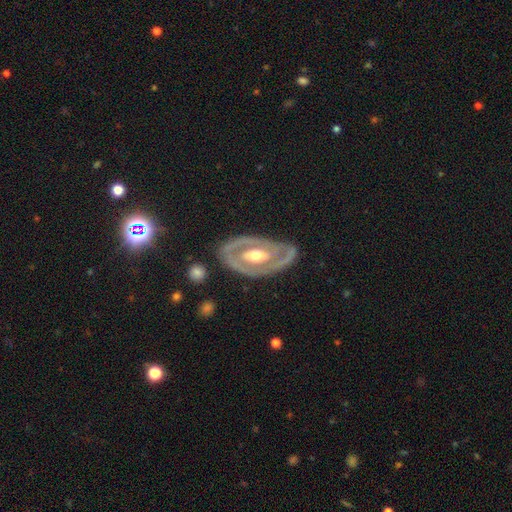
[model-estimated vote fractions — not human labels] Morphology: type=featured or disk (82%); edge-on=no (92%); bar=no (42%); spiral arms=yes (62%); bulge=moderate (74%); merging=none (76%).